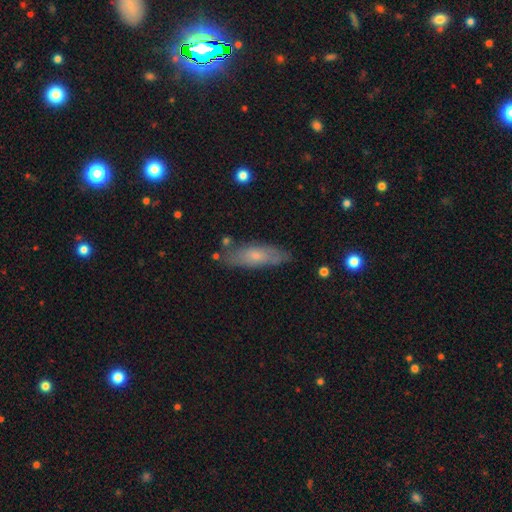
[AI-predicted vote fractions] Smooth or featured?
  - smooth: 56% *
  - featured or disk: 37%
  - star or artifact: 7%
How rounded?
  - in between: 51% *
  - cigar-shaped: 47%
  - round: 2%
Merging?
  - none: 78% *
  - minor disturbance: 16%
  - major disturbance: 3%
  - merger: 3%